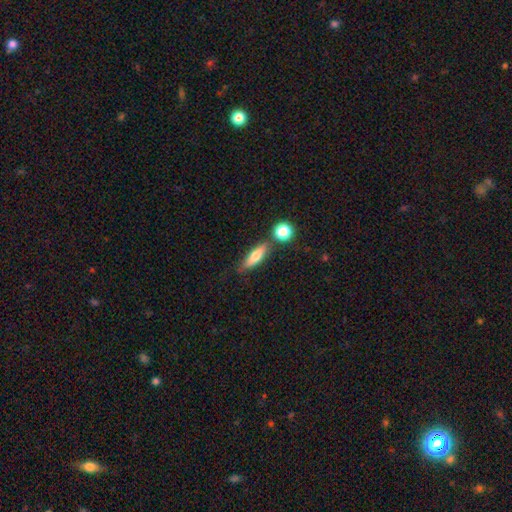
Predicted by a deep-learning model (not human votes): This is likely a smooth galaxy (65%). How rounded: possibly cigar-shaped (57%). Merging: likely none (70%).